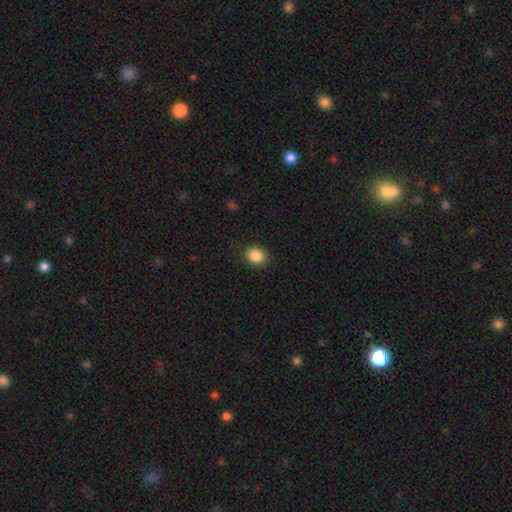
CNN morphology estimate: smooth 87%, star or artifact 9%, featured or disk 4%. Down the decision tree: how rounded — round (70%); merging — none (89%).